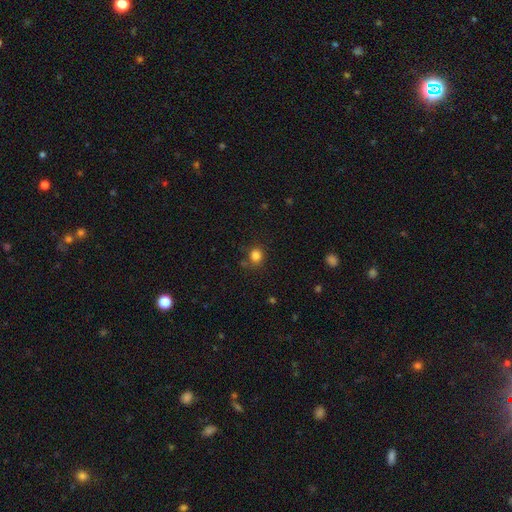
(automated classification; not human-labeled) This appears to be a smooth galaxy with no disk features (83%) that is round (83%). Merging: none (77%).